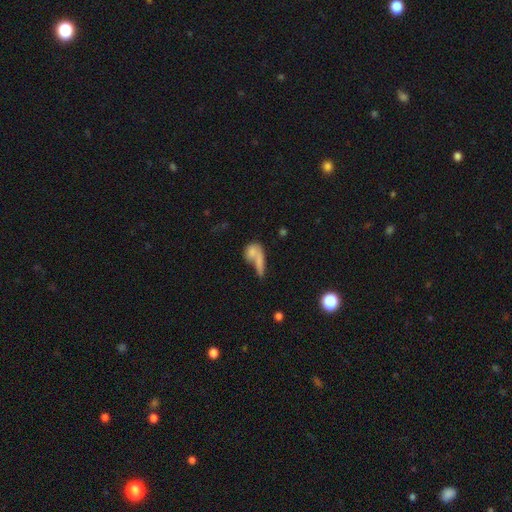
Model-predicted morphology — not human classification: A smooth galaxy with no disk features (67%) that is in between round and cigar-shaped (43%). Merging: merger (45%).